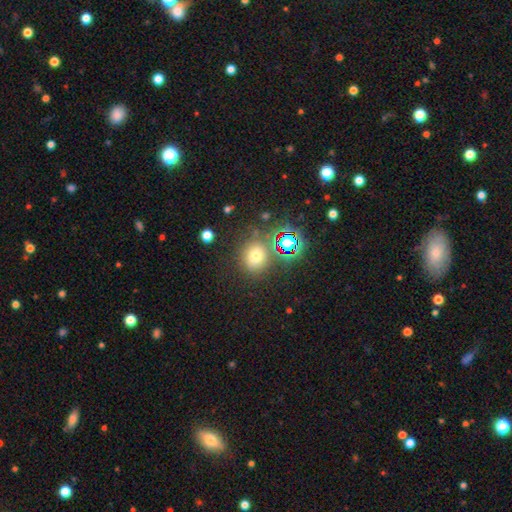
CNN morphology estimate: Q: Smooth or featured?
A: smooth (67%); runner-up: star or artifact (24%)
Q: How rounded?
A: round (74%); runner-up: in between (24%)
Q: Merging?
A: none (75%); runner-up: minor disturbance (12%)